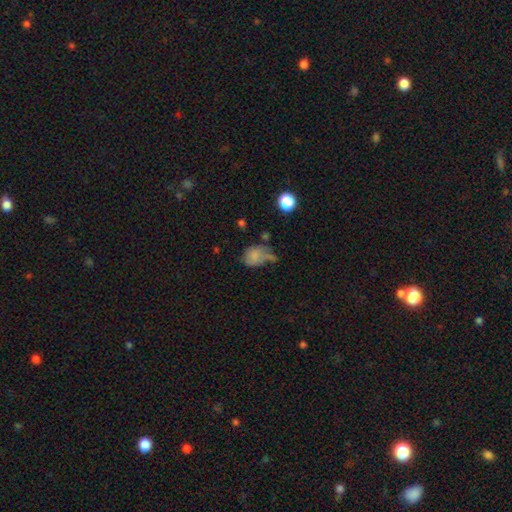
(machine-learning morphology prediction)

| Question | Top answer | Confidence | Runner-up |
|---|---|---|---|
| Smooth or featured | smooth | 69% | featured or disk (19%) |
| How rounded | in between | 59% | round (39%) |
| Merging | minor disturbance | 30% | tied: none (30%) |